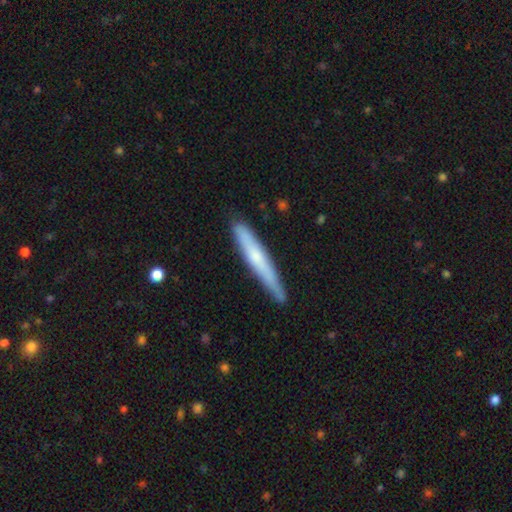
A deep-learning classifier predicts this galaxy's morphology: This appears to be a smooth galaxy with no disk features (55%) that is cigar-shaped (95%). Merging: none (81%).